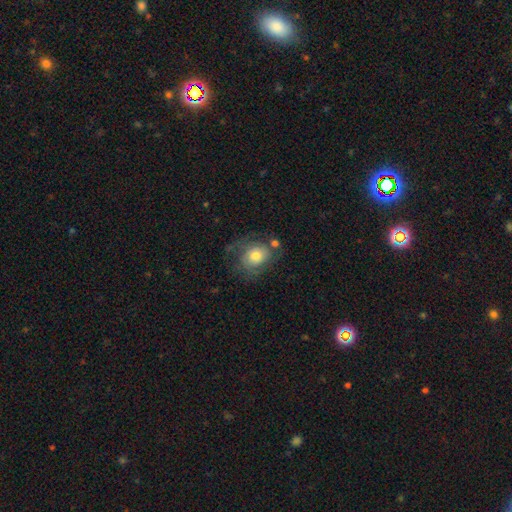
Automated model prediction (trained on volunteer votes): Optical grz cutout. It shows a smooth galaxy with no disk features (51%) that is round (60%). Merging: none (52%).